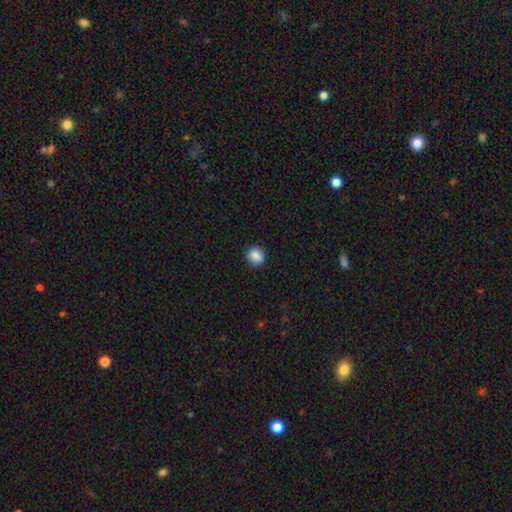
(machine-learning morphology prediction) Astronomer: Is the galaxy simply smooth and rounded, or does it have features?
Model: smooth — 85%.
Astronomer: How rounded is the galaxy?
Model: round — 72%.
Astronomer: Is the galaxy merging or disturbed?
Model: none — 85%.